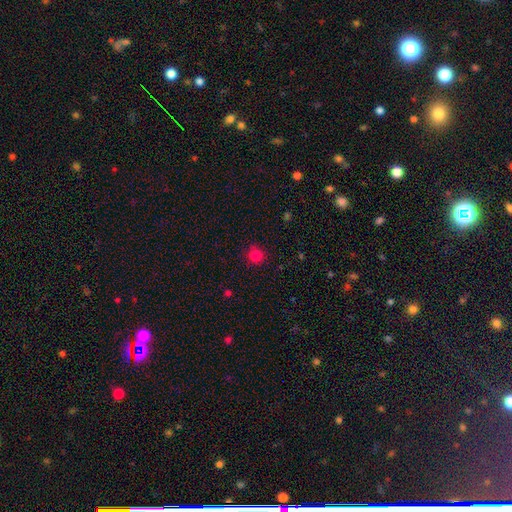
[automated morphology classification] This appears to be a smooth galaxy with no disk features (81%) that is round (92%). Merging: none (86%).